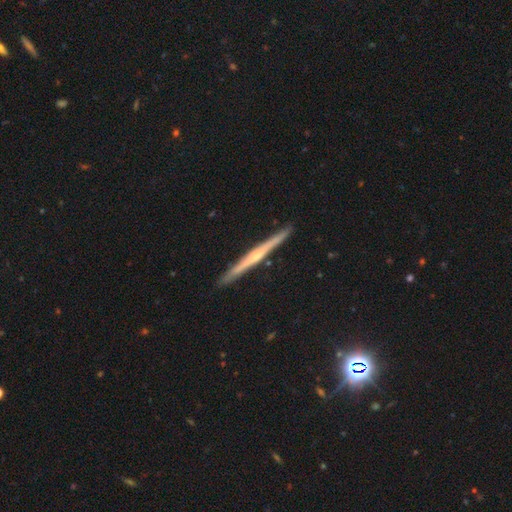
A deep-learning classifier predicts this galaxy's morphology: Smooth or featured? featured or disk (72%)
Edge-on disk? yes (98%)
Edge-on bulge? rounded (53%)
Merging? none (91%)